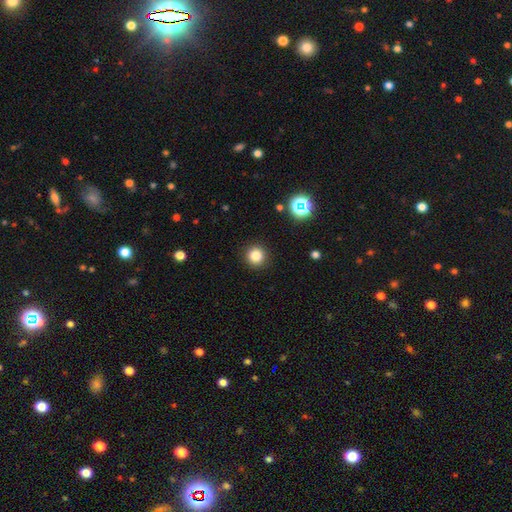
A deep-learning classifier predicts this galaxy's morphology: Smooth or featured: smooth — 82% (star or artifact — 13%)
How rounded: round — 94% (in between — 5%)
Merging: none — 91% (minor disturbance — 5%)